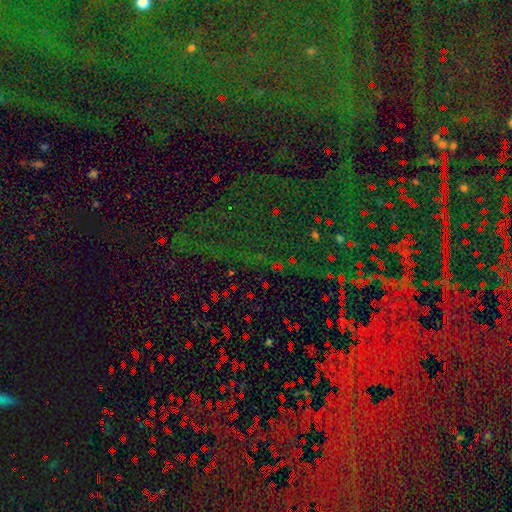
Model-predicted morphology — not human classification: smooth_or_featured: star or artifact (p=0.88) [alt: featured or disk p=0.06]